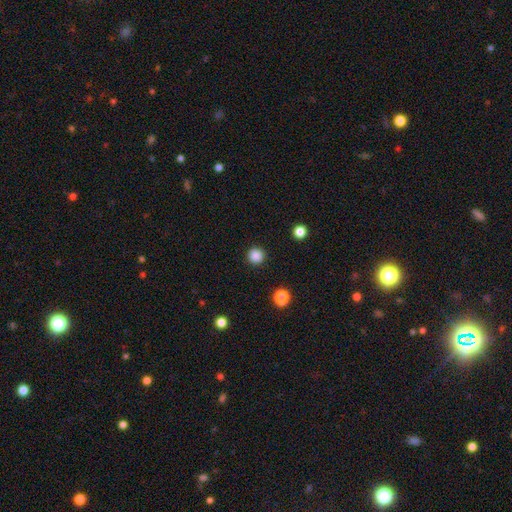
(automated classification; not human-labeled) The model was most divided on "smooth or featured": smooth: 86%, star or artifact: 11%, featured or disk: 3%. More confident: how rounded — round (96%); merging — none (92%).